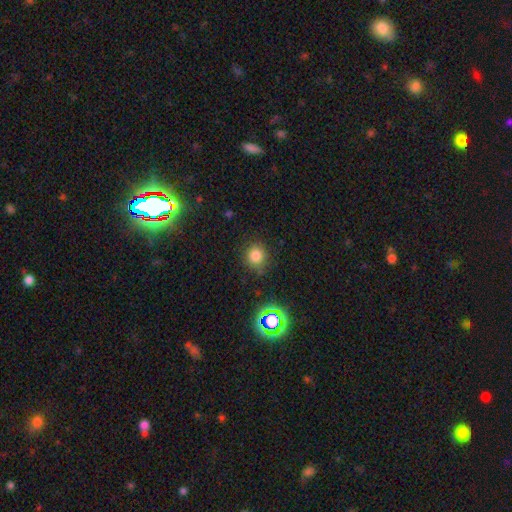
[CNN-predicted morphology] The model was most divided on "smooth or featured": smooth: 78%, star or artifact: 17%, featured or disk: 5%. More confident: how rounded — round (86%); merging — none (82%).